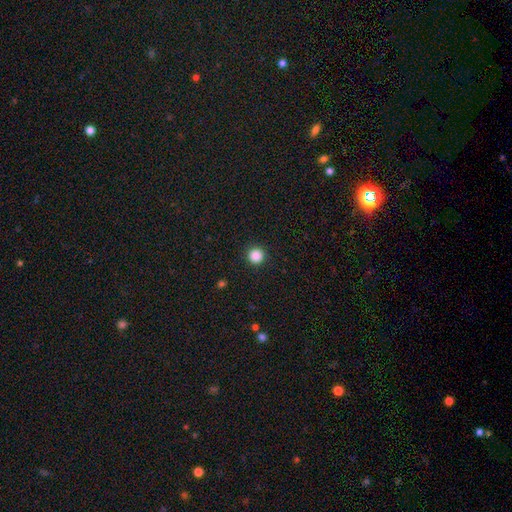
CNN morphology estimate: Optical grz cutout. It shows a smooth galaxy with no disk features (87%) that is round (95%). Merging: none (92%).